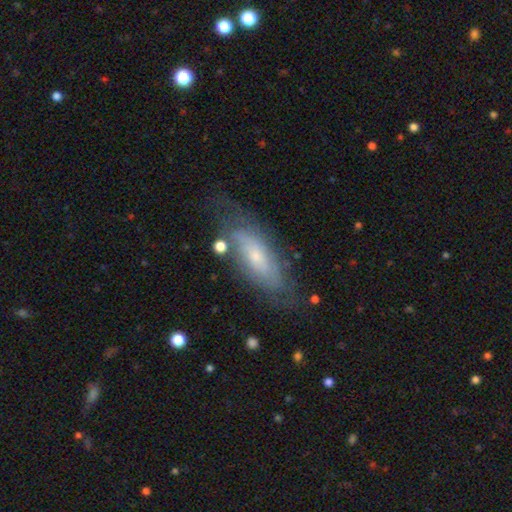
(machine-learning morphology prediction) The model was most divided on "smooth or featured": featured or disk: 58%, smooth: 35%, star or artifact: 7%. More confident: edge-on disk — no (78%); merging — none (64%).